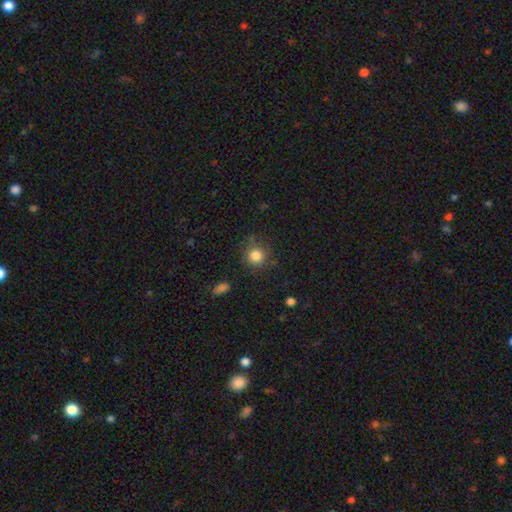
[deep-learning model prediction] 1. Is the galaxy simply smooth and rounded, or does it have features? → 83% smooth, 11% star or artifact, 6% featured or disk.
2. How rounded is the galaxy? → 91% round, 8% in between, 1% cigar-shaped.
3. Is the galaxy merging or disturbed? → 81% none, 13% minor disturbance, 4% major disturbance, 2% merger.